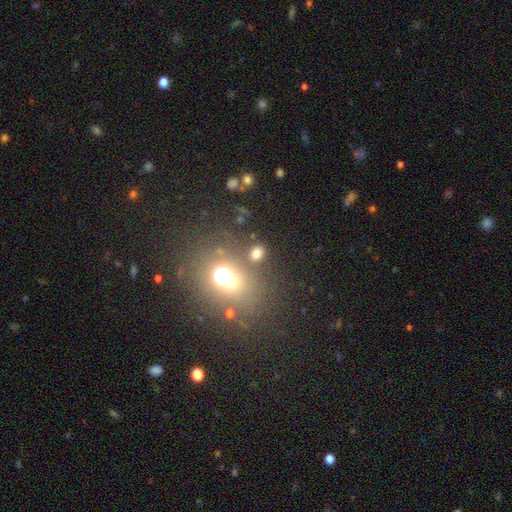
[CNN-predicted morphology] The model was most divided on "how rounded": round: 53%, in between: 46%, cigar-shaped: 2%. More confident: merging — none (75%); smooth or featured — smooth (67%).